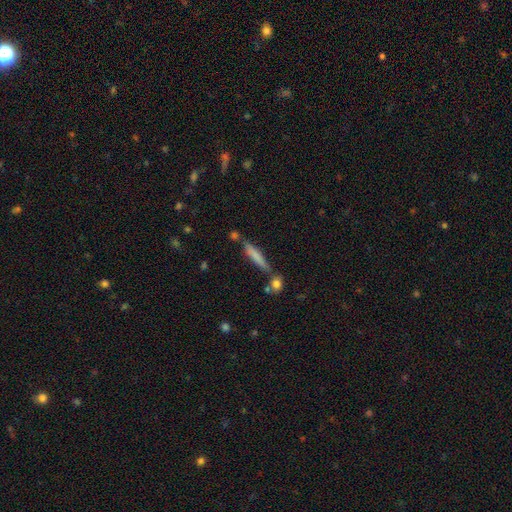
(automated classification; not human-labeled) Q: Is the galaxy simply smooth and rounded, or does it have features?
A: smooth — 70%.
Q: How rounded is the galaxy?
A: cigar-shaped — 90%.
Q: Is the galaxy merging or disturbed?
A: none — 72%.